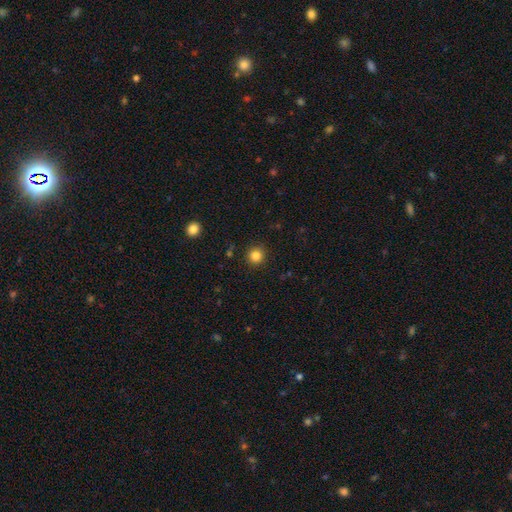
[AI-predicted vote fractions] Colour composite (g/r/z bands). It shows a smooth galaxy with no disk features (83%) that is round (94%). Merging: none (91%).